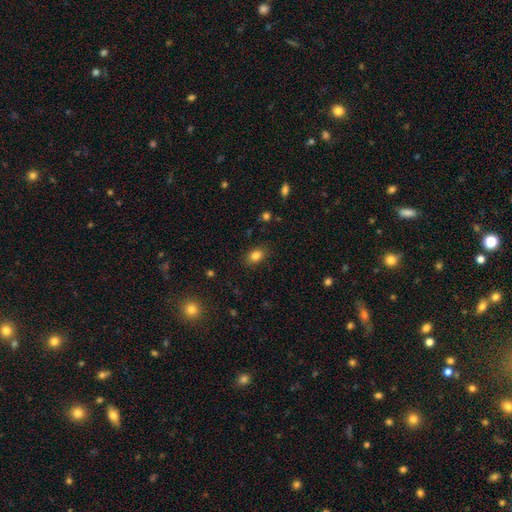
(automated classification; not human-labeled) A smooth galaxy with no disk features (83%) that is in between round and cigar-shaped (79%). Merging: none (85%).